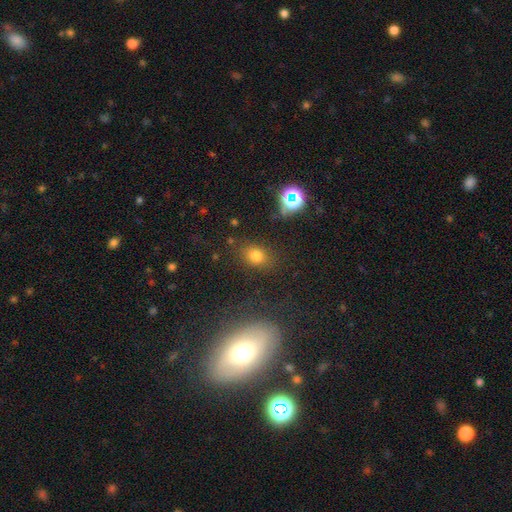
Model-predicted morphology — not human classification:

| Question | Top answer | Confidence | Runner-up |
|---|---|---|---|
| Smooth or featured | smooth | 72% | star or artifact (20%) |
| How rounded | in between | 60% | round (38%) |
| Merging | none | 80% | minor disturbance (12%) |